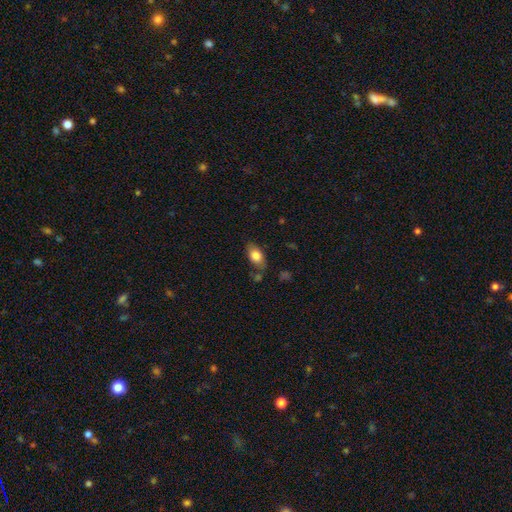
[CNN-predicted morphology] type=smooth (81%); roundness=in between (87%); merging=none (69%).